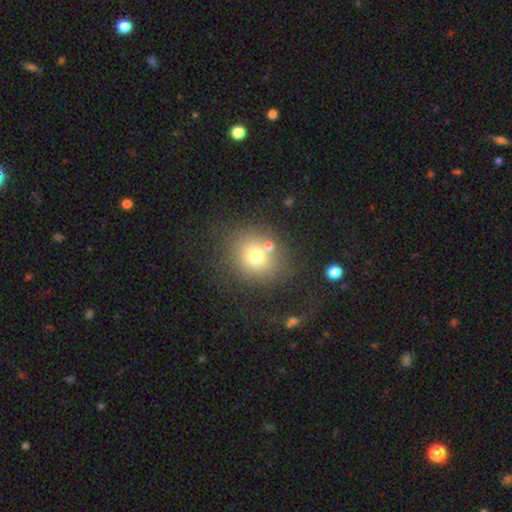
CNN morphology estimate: Smooth or featured? smooth (70%)
How rounded? round (81%)
Merging? none (64%)